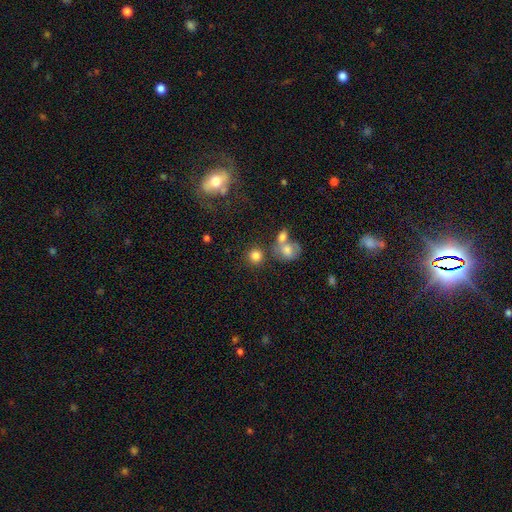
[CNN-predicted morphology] The model was most divided on "merging": none: 67%, merger: 18%, minor disturbance: 9%, major disturbance: 5%. More confident: how rounded — round (88%); smooth or featured — smooth (80%).